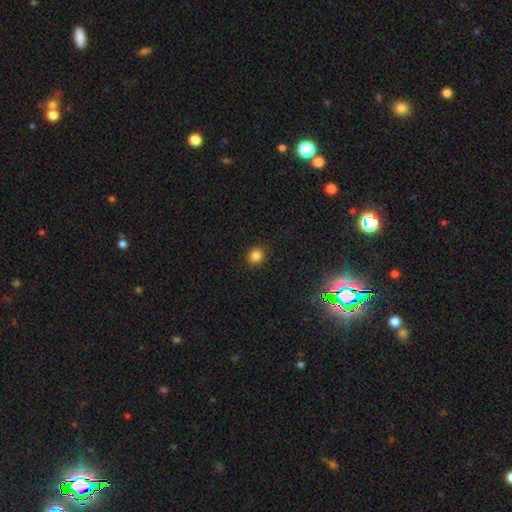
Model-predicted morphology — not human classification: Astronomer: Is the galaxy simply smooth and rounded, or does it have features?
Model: smooth — 84%.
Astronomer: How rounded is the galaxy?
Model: round — 81%.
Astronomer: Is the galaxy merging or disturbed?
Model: none — 89%.